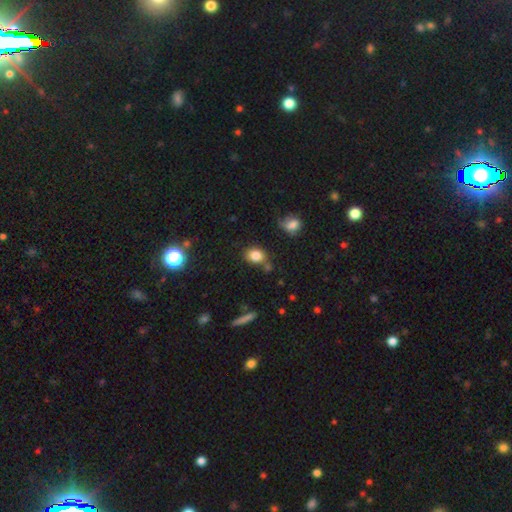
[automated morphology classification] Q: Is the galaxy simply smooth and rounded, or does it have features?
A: smooth — 82%.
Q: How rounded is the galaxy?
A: in between — 57%.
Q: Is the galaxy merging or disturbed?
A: none — 68%.